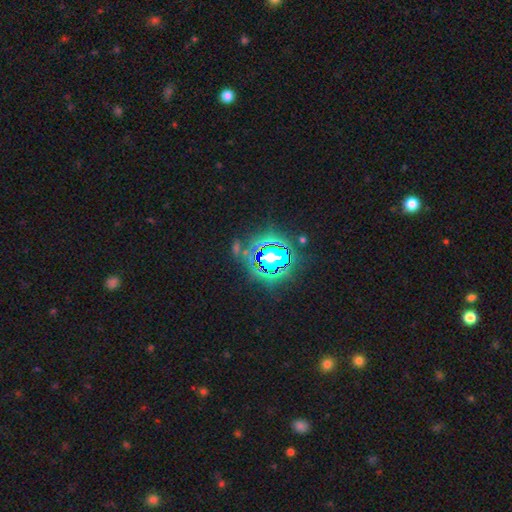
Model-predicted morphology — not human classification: smooth-or-featured: star or artifact: 81% | smooth: 11% | featured or disk: 7%